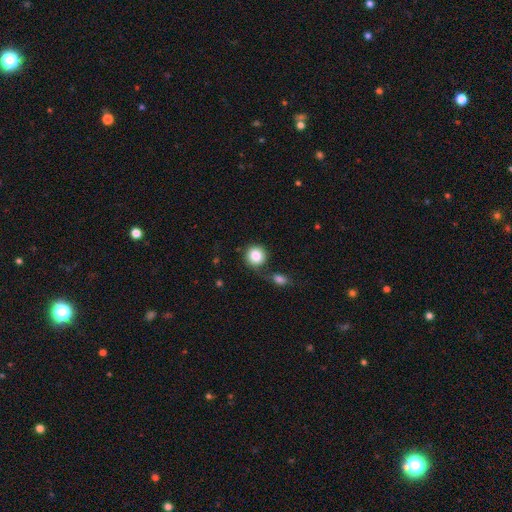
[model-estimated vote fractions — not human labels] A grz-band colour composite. It shows a smooth galaxy with no disk features (85%) that is round (92%). Merging: none (64%).